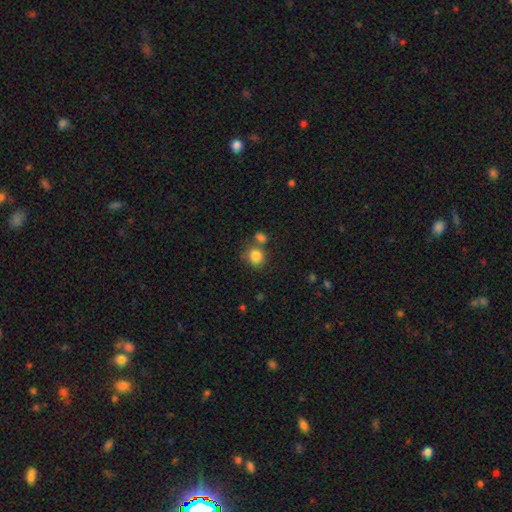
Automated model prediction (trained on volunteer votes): Q: Smooth or featured?
A: smooth (84%); runner-up: star or artifact (10%)
Q: How rounded?
A: round (78%); runner-up: in between (21%)
Q: Merging?
A: none (61%); runner-up: merger (22%)